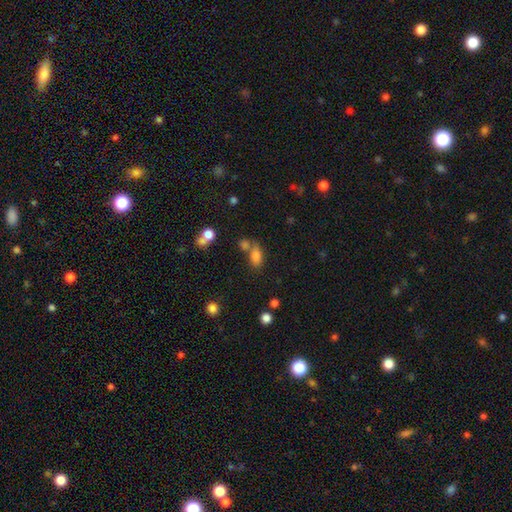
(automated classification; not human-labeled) smooth_or_featured: smooth (p=0.79) [alt: star or artifact p=0.13]
how_rounded: in between (p=0.86) [alt: round p=0.10]
merging: none (p=0.47) [alt: merger p=0.33]